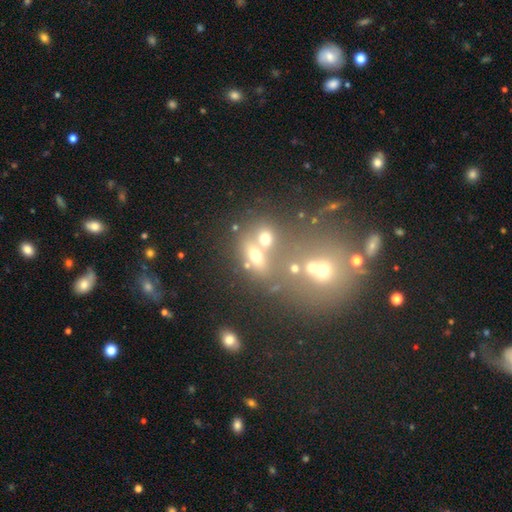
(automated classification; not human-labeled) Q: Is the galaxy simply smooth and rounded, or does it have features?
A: smooth — 57%.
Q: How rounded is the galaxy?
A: in between — 57%.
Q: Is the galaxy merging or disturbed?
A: none — 43%.